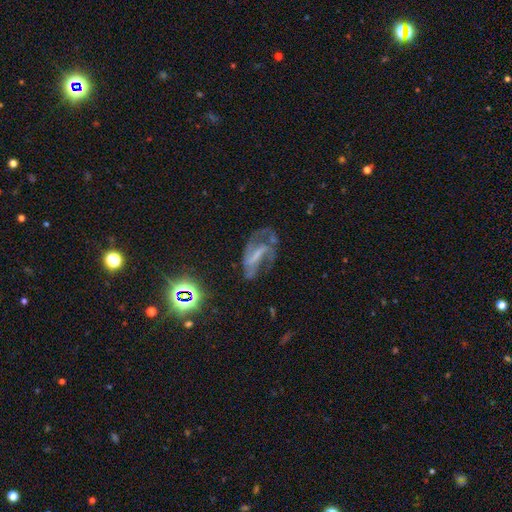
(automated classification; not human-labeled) Smooth or featured?
  - featured or disk: 65% *
  - star or artifact: 18%
  - smooth: 17%
Edge-on disk?
  - no: 93% *
  - yes: 7%
Bar?
  - strong: 44% *
  - weak: 32%
  - no: 24%
Spiral arms?
  - yes: 71% *
  - no: 29%
Bulge size?
  - none: 50% *
  - small: 26%
  - moderate: 17%
  - large: 5%
  - dominant: 2%
Merging?
  - major disturbance: 38% *
  - none: 37%
  - minor disturbance: 20%
  - merger: 5%